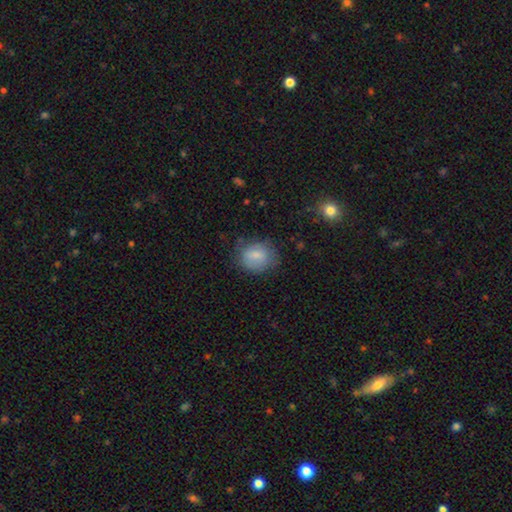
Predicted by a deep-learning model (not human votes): smooth 79%, featured or disk 13%, star or artifact 8%. Down the decision tree: how rounded — round (61%); merging — none (67%).